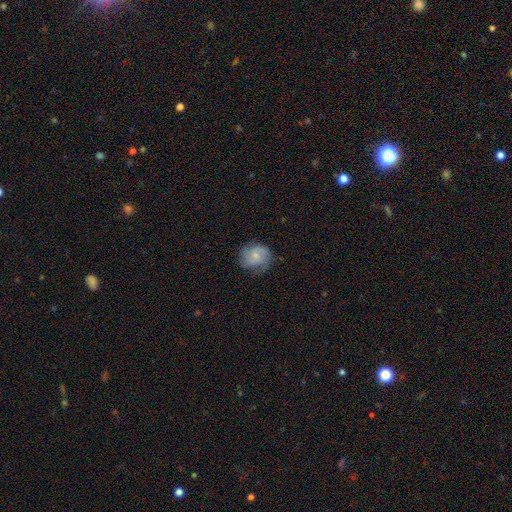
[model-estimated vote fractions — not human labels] A featured or disk galaxy (49%). Merging: none (66%).